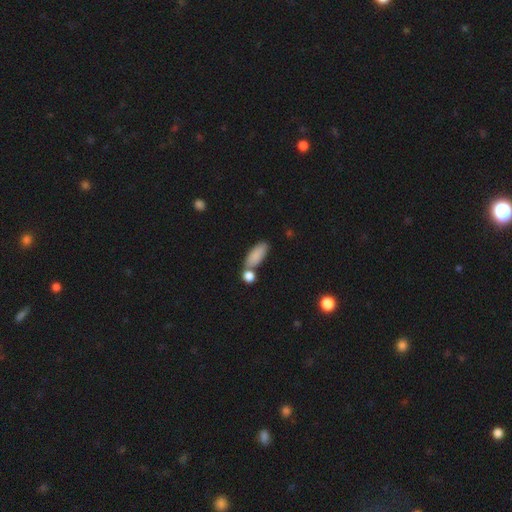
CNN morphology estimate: Smooth or featured: smooth — 86% (featured or disk — 7%)
How rounded: in between — 76% (cigar-shaped — 21%)
Merging: none — 59% (merger — 25%)